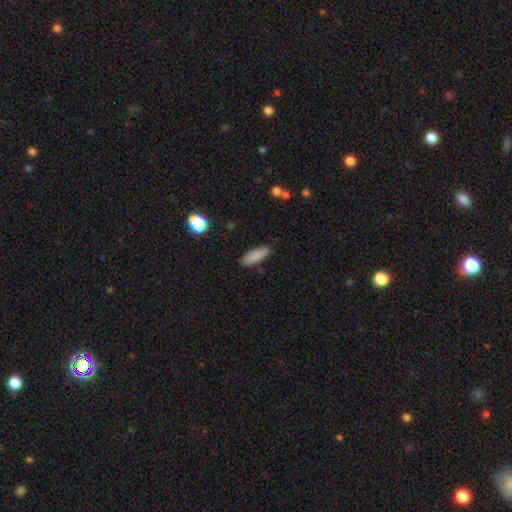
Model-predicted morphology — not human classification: smooth-or-featured: smooth: 86% | star or artifact: 7% | featured or disk: 7%
  how-rounded: in between: 54% | cigar-shaped: 44% | round: 2%
  merging: none: 86% | minor disturbance: 11% | major disturbance: 2% | merger: 1%